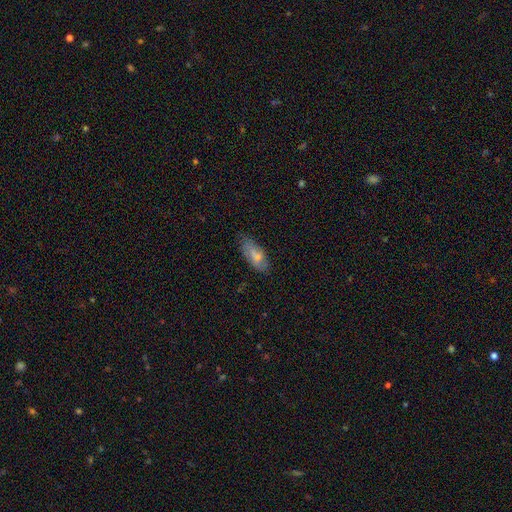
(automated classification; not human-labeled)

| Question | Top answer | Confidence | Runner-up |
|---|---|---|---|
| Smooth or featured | smooth | 67% | featured or disk (26%) |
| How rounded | in between | 84% | cigar-shaped (13%) |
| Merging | none | 66% | minor disturbance (26%) |